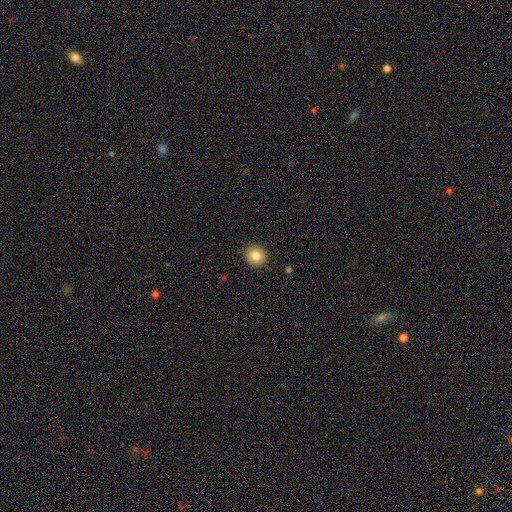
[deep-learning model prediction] Morphology: type=smooth (82%); roundness=round (81%); merging=none (90%).